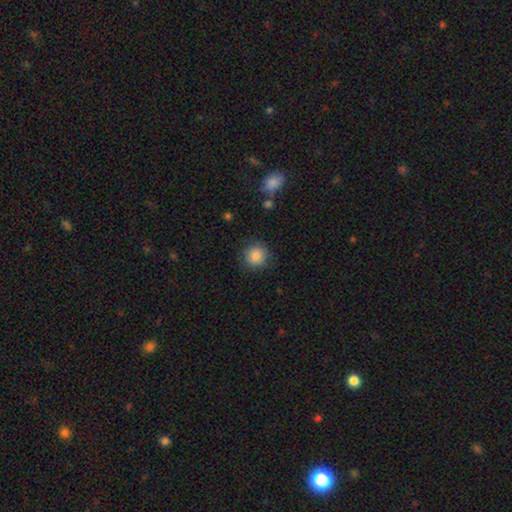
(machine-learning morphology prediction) Smooth or featured? smooth (87%)
How rounded? round (90%)
Merging? none (85%)